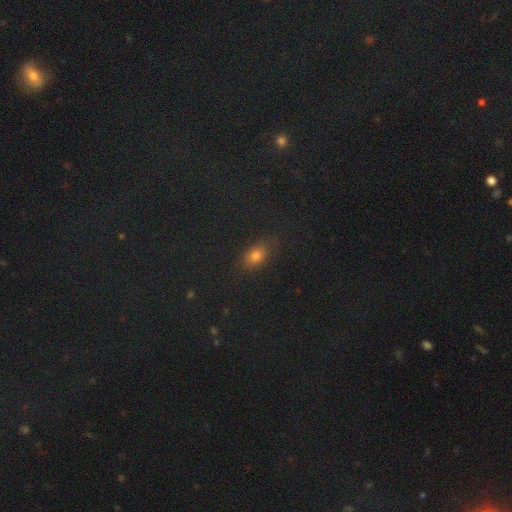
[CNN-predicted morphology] Smooth or featured? smooth (72%)
How rounded? in between (75%)
Merging? none (83%)